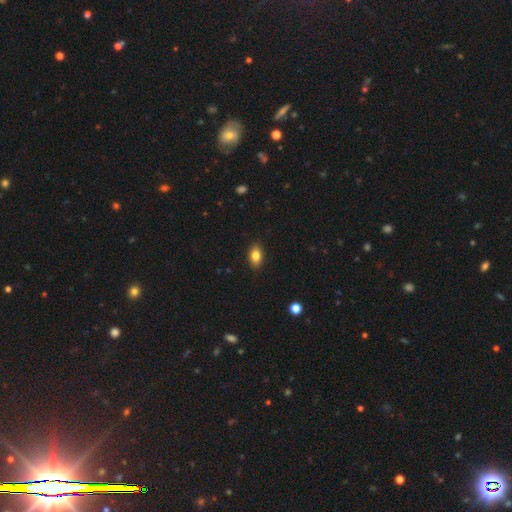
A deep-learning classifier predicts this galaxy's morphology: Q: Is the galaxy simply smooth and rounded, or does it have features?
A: smooth — 82%.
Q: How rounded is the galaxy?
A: in between — 87%.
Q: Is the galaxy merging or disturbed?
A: none — 88%.